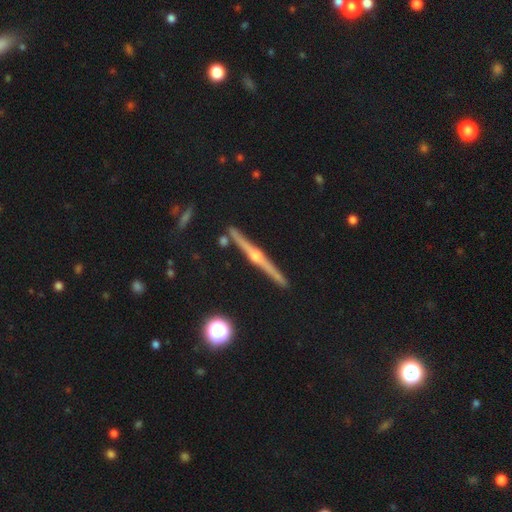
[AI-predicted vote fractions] This appears to be a featured or disk galaxy (86%) viewed edge-on (99%) with a rounded central bulge (92%). Merging: none (90%).